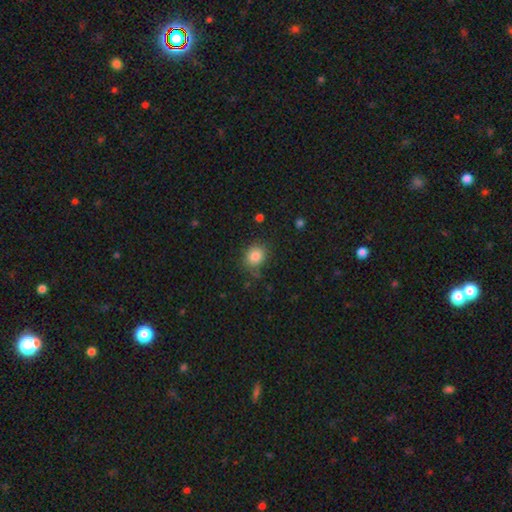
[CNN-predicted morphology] Smooth or featured? Predicted: smooth (p=0.83). How rounded? Predicted: round (p=0.65). Merging? Predicted: none (p=0.77).